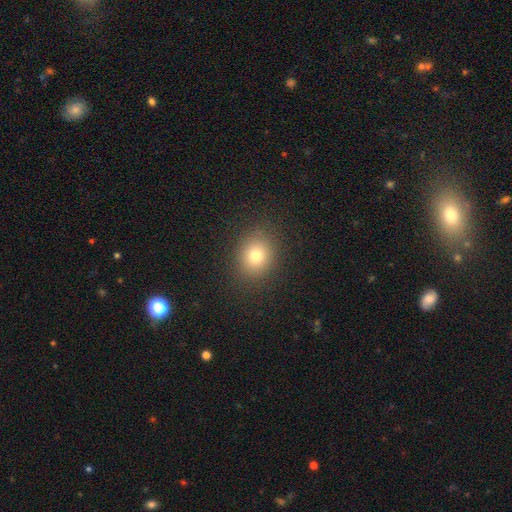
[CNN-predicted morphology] Smooth or featured? Predicted: smooth (p=0.77). How rounded? Predicted: round (p=0.66). Merging? Predicted: none (p=0.88).